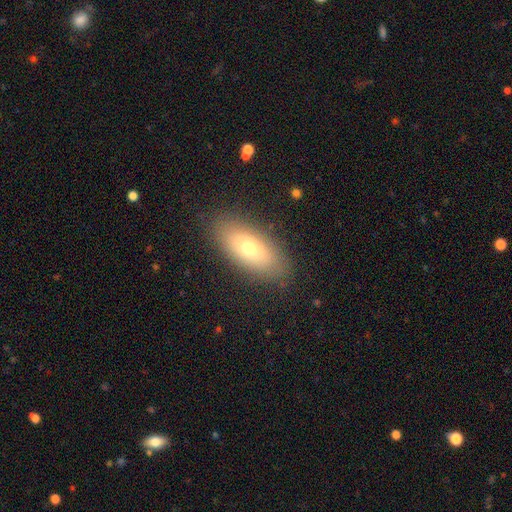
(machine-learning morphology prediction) This is likely a smooth galaxy (68%). How rounded: clearly in between (85%). Merging: clearly none (84%).